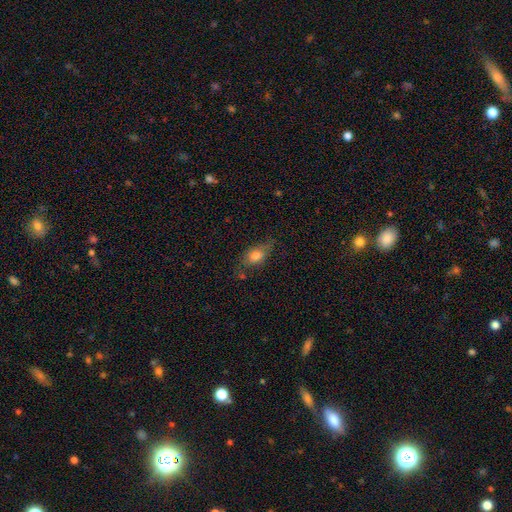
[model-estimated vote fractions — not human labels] Morphology: type=smooth (75%); roundness=in between (82%); merging=none (60%).